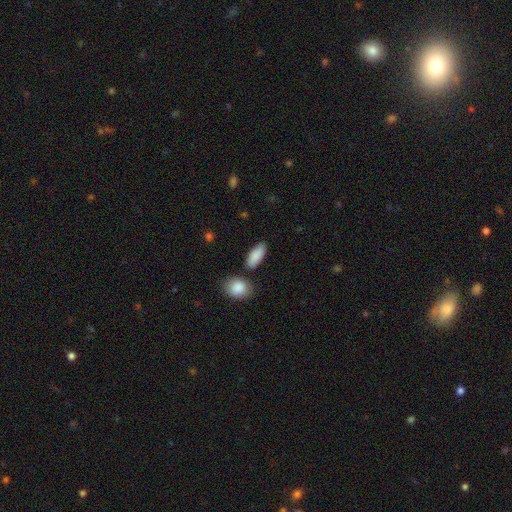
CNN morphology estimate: This appears to be a smooth galaxy with no disk features (89%) that is in between round and cigar-shaped (85%). Merging: none (76%).